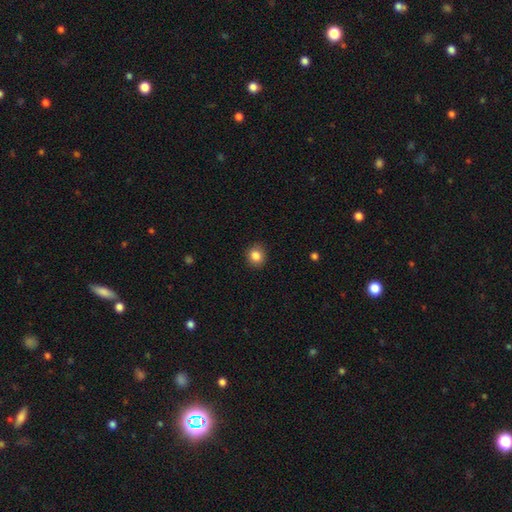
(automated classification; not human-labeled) smooth 85%, star or artifact 10%, featured or disk 5%. Down the decision tree: how rounded — round (83%); merging — none (90%).